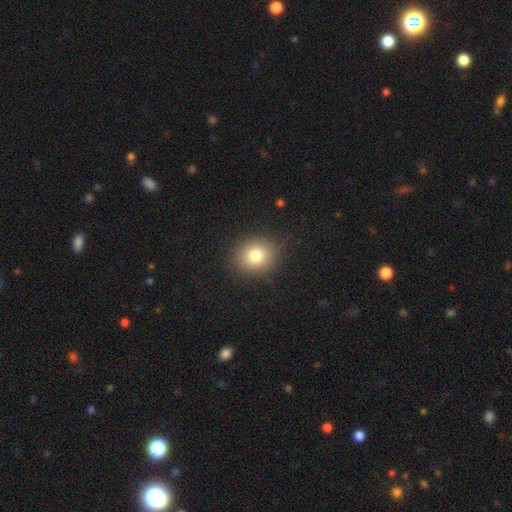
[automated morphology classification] The model was most divided on "how rounded": round: 76%, in between: 23%, cigar-shaped: 1%. More confident: merging — none (87%); smooth or featured — smooth (80%).